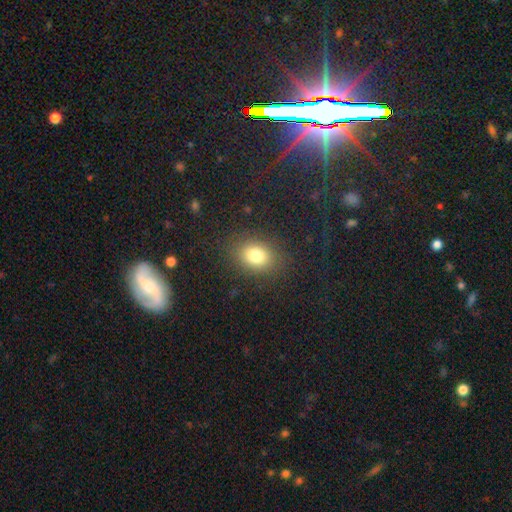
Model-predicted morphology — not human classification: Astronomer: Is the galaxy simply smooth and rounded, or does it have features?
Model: smooth — 79%.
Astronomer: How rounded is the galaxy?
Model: in between — 60% (runner-up: round, 39%).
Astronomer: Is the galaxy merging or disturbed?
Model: none — 85%.